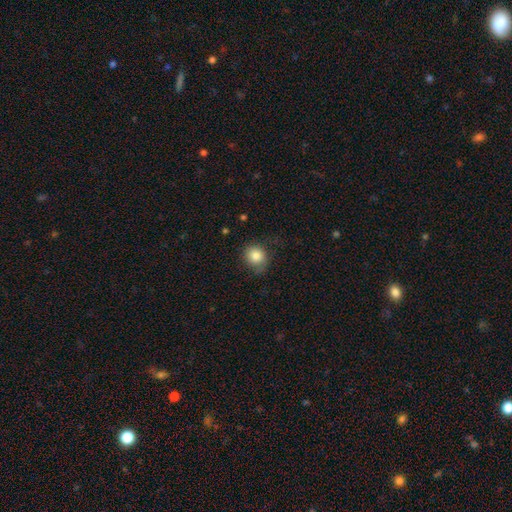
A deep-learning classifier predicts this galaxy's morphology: smooth 83%, star or artifact 10%, featured or disk 8%. Down the decision tree: how rounded — round (79%); merging — none (69%).